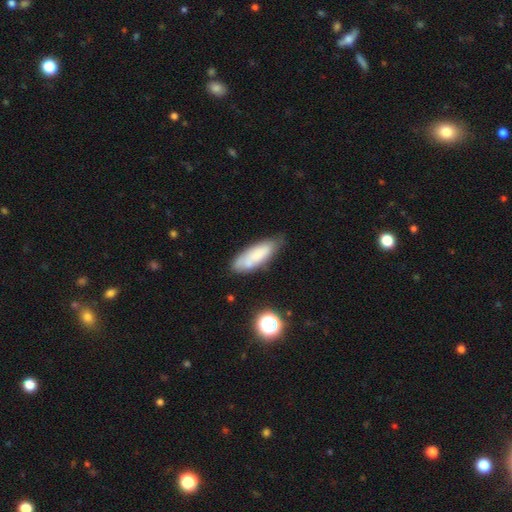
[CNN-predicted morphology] This is likely a smooth galaxy (70%). How rounded: possibly in between (55%). Merging: likely none (63%).